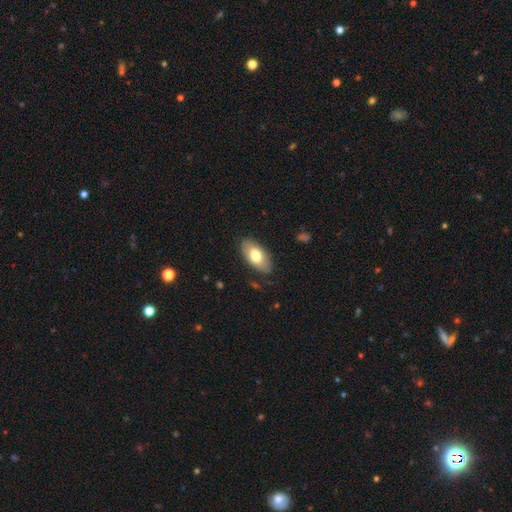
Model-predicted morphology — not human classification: Smooth or featured? smooth (71%)
How rounded? in between (94%)
Merging? none (84%)